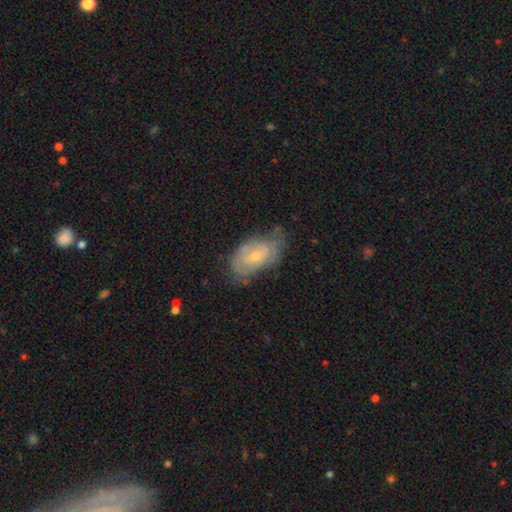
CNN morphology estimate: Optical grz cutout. It shows a featured or disk galaxy (61%) with no bar (64%), spiral arms (69%) and a small central bulge (53%). Merging: none (51%).